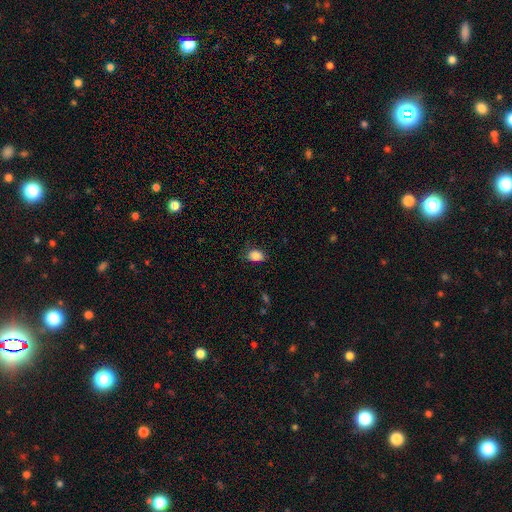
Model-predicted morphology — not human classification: smooth-or-featured: smooth: 85% | star or artifact: 9% | featured or disk: 6%
  how-rounded: in between: 79% | round: 19% | cigar-shaped: 1%
  merging: none: 73% | minor disturbance: 21% | major disturbance: 5% | merger: 1%